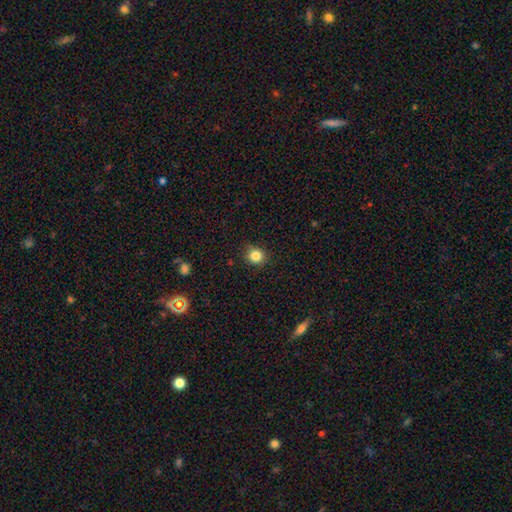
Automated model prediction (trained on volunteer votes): Smooth or featured? Predicted: smooth (p=0.84). How rounded? Predicted: round (p=0.88). Merging? Predicted: none (p=0.89).